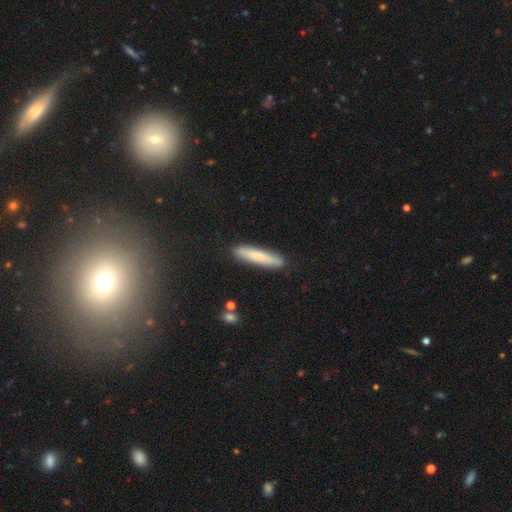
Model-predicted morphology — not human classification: Smooth or featured? Predicted: smooth (p=0.76). How rounded? Predicted: cigar-shaped (p=0.89). Merging? Predicted: none (p=0.89).